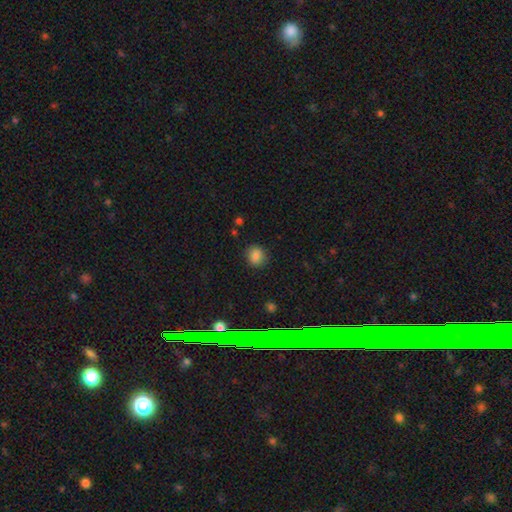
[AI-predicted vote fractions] smooth_or_featured: smooth (p=0.82) [alt: star or artifact p=0.14]
how_rounded: round (p=0.73) [alt: in between p=0.26]
merging: none (p=0.85) [alt: minor disturbance p=0.10]